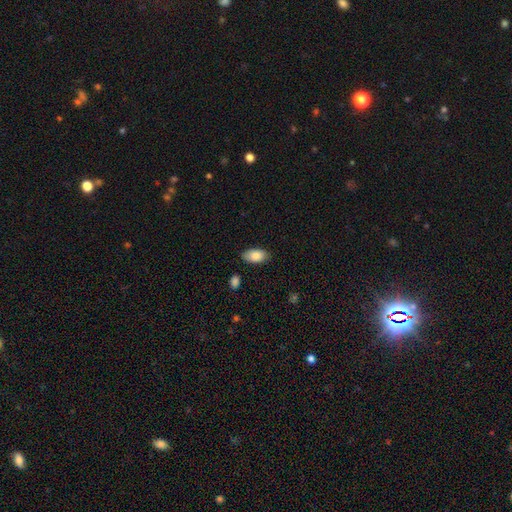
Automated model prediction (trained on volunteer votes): Overall: smooth (86%). How rounded: in between (94%). Merging: none (83%).